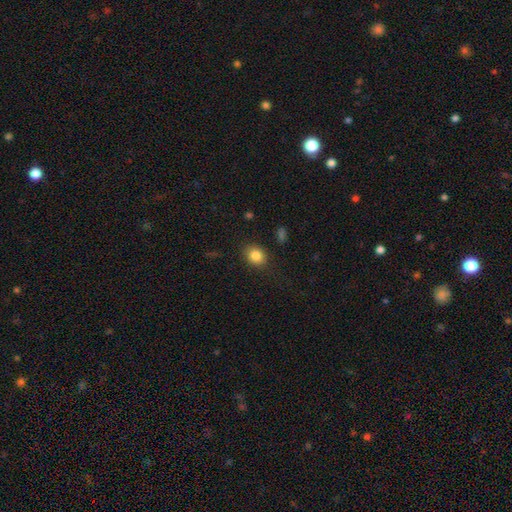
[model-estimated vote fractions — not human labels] smooth-or-featured: smooth: 84% | star or artifact: 10% | featured or disk: 6%
  how-rounded: round: 54% | in between: 45% | cigar-shaped: 1%
  merging: none: 86% | minor disturbance: 10% | major disturbance: 3% | merger: 1%